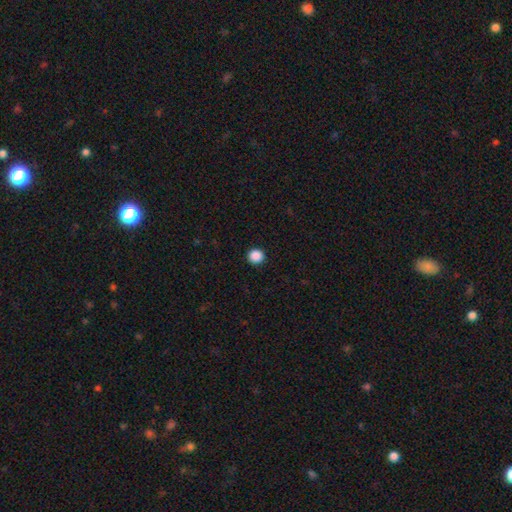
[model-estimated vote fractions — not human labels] smooth-or-featured: smooth: 88% | star or artifact: 10% | featured or disk: 2%
  how-rounded: round: 93% | in between: 6% | cigar-shaped: 1%
  merging: none: 93% | minor disturbance: 4% | major disturbance: 2% | merger: 1%